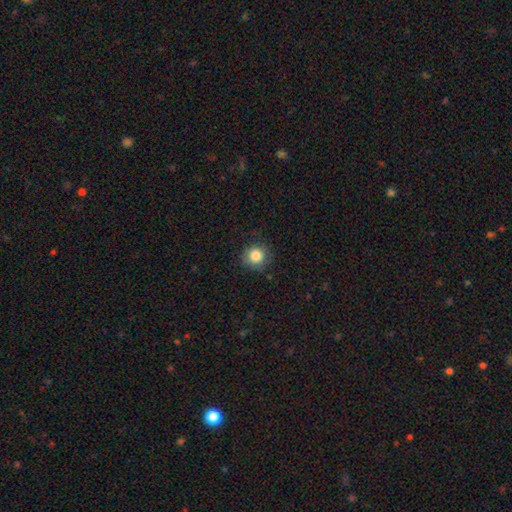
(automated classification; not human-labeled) smooth_or_featured: smooth (p=0.83) [alt: star or artifact p=0.10]
how_rounded: round (p=0.92) [alt: in between p=0.07]
merging: none (p=0.80) [alt: minor disturbance p=0.14]